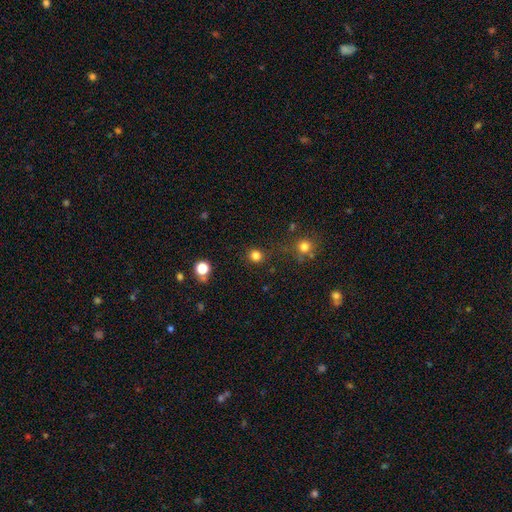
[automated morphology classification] smooth-or-featured: smooth: 81% | star or artifact: 15% | featured or disk: 4%
  how-rounded: round: 93% | in between: 6% | cigar-shaped: 1%
  merging: none: 87% | minor disturbance: 7% | major disturbance: 3% | merger: 3%